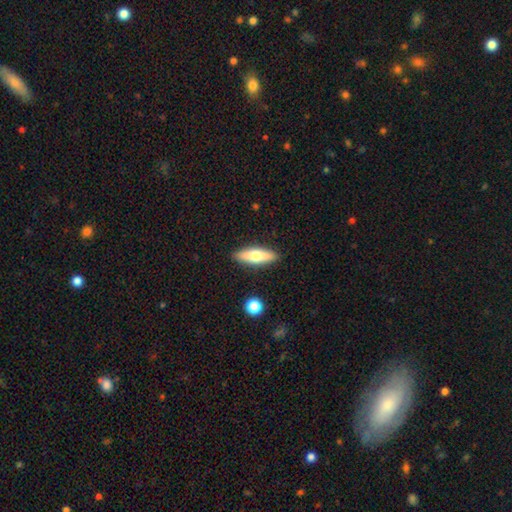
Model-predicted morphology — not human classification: A smooth galaxy with no disk features (58%) that is cigar-shaped (49%). Merging: none (88%).